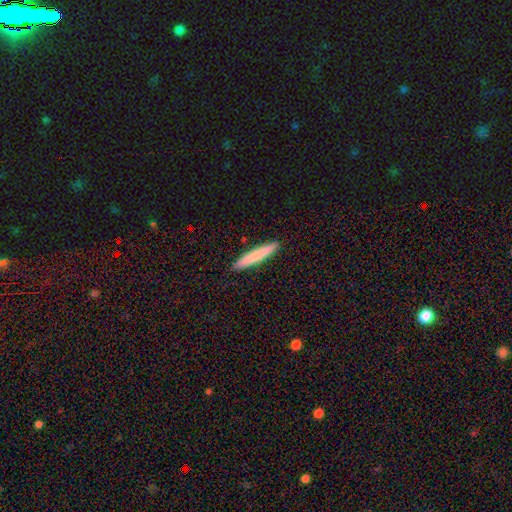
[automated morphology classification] type=smooth (77%); roundness=cigar-shaped (95%); merging=none (91%).